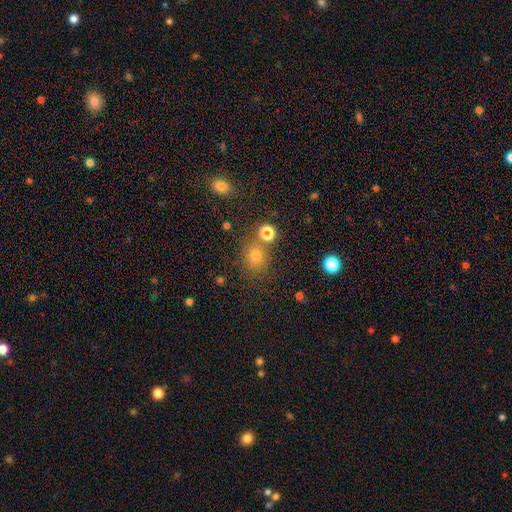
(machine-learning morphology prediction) Smooth or featured? smooth (73%)
How rounded? round (73%)
Merging? none (74%)